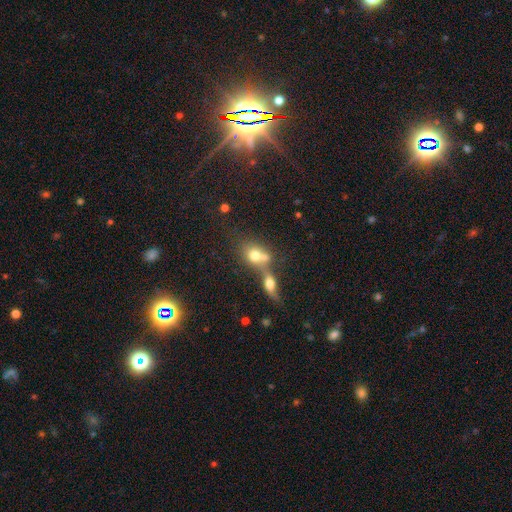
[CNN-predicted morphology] This is likely a smooth galaxy (70%). How rounded: possibly in between (51%). Merging: possibly merger (59%).